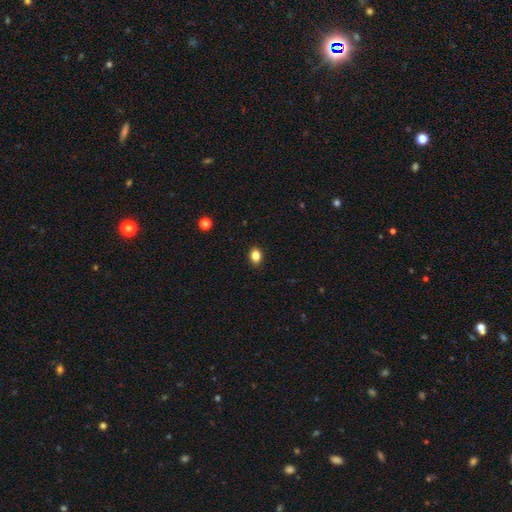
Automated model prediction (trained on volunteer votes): Overall: smooth (84%). How rounded: in between (62%; round 37%). Merging: none (88%).